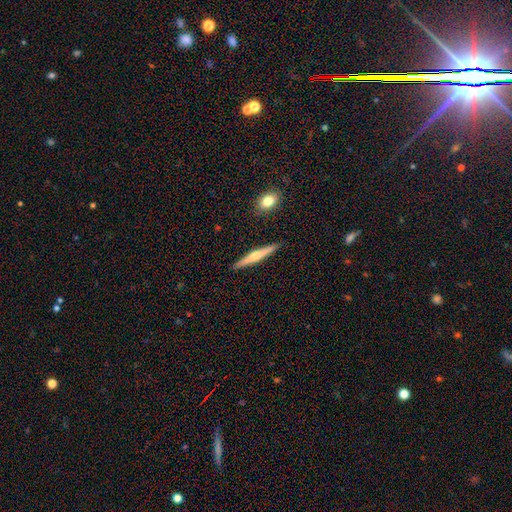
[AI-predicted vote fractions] Morphology: type=featured or disk (61%); edge-on=yes (98%); edge-on bulge=rounded (82%); merging=none (91%).